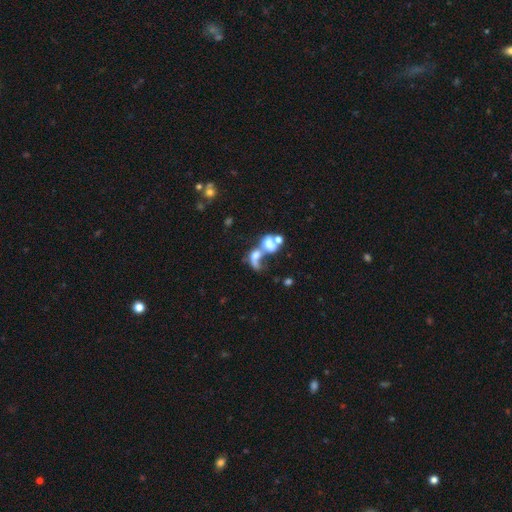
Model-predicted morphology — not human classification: Q: Smooth or featured?
A: smooth (47%); runner-up: featured or disk (36%)
Q: Merging?
A: merger (68%); runner-up: major disturbance (16%)